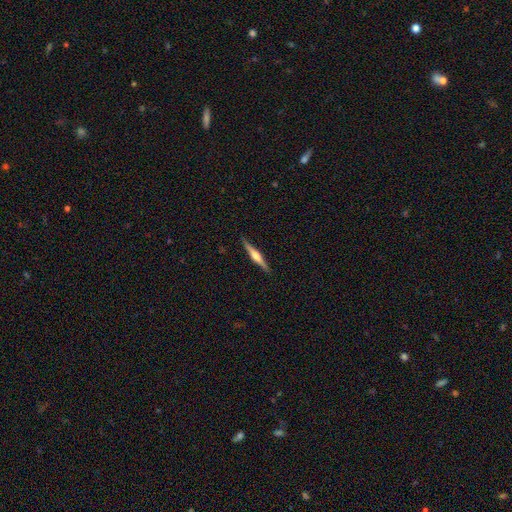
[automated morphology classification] smooth_or_featured: featured or disk (p=0.69) [alt: smooth p=0.26]
disk_edge_on: yes (p=0.98) [alt: no p=0.02]
edge_on_bulge: rounded (p=0.83) [alt: boxy p=0.11]
merging: none (p=0.91) [alt: minor disturbance p=0.06]